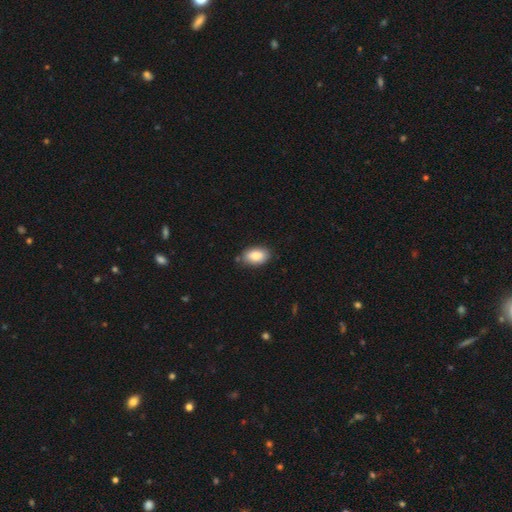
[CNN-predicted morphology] Smooth or featured? Predicted: smooth (p=0.85). How rounded? Predicted: in between (p=0.91). Merging? Predicted: none (p=0.81).